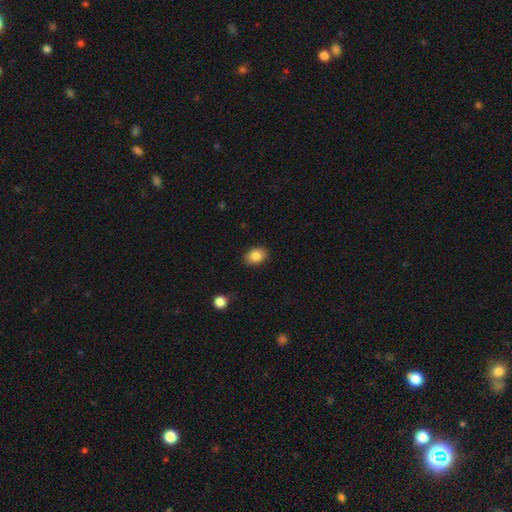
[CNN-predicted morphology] A smooth galaxy with no disk features (86%) that is in between round and cigar-shaped (63%).

Vote fractions:
- Smooth or featured? smooth: 86% / star or artifact: 9% / featured or disk: 6%
- How rounded? in between: 63% / round: 37% / cigar-shaped: 1%
- Merging? none: 87% / minor disturbance: 10% / major disturbance: 2% / merger: 1%